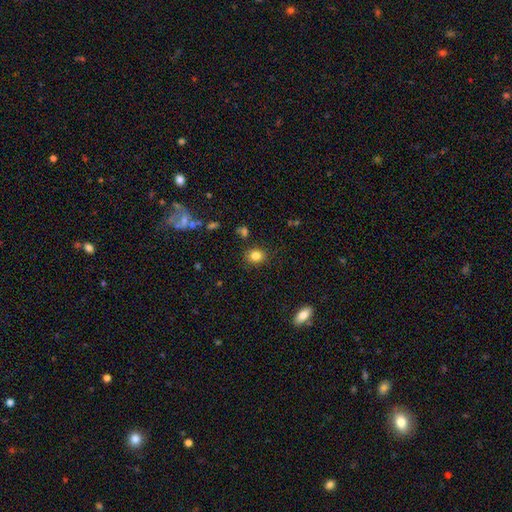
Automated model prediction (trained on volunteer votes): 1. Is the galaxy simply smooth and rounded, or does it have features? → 83% smooth, 11% star or artifact, 6% featured or disk.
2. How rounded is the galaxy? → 68% round, 31% in between, 1% cigar-shaped.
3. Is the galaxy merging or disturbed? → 85% none, 9% minor disturbance, 3% major disturbance, 2% merger.